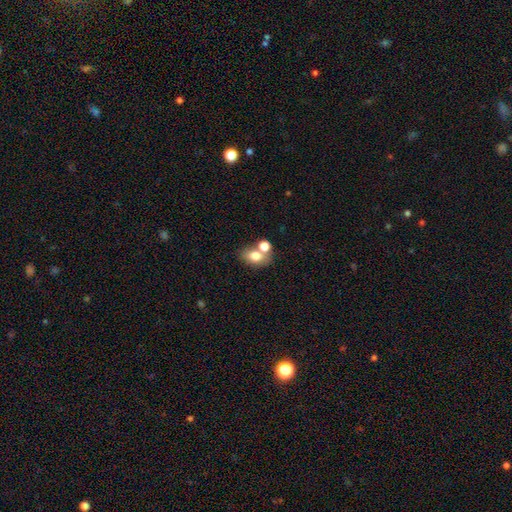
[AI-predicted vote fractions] Smooth or featured?
  - smooth: 74% *
  - featured or disk: 15%
  - star or artifact: 11%
How rounded?
  - in between: 71% *
  - round: 28%
  - cigar-shaped: 1%
Merging?
  - none: 49% *
  - merger: 37%
  - minor disturbance: 10%
  - major disturbance: 4%